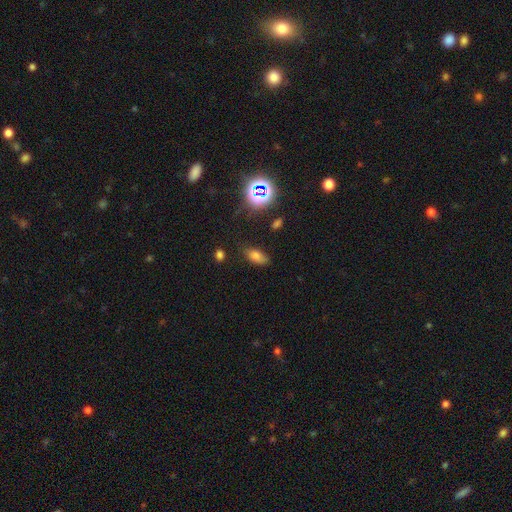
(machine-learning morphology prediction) This appears to be a smooth galaxy with no disk features (69%) that is in between round and cigar-shaped (85%). Merging: none (73%).